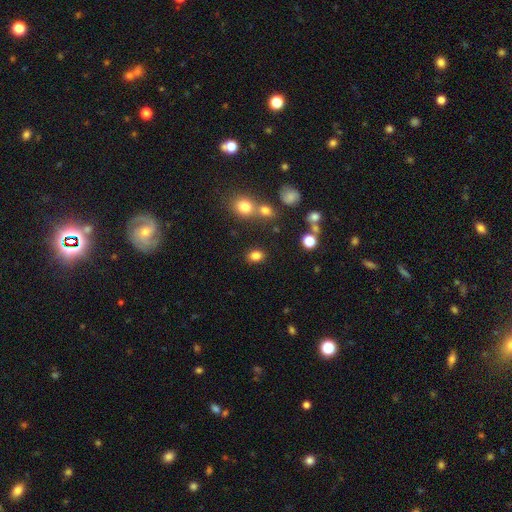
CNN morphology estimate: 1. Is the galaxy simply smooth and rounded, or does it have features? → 82% smooth, 12% star or artifact, 6% featured or disk.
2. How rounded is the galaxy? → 65% in between, 34% round, 1% cigar-shaped.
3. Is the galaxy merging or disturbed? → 82% none, 10% minor disturbance, 5% merger, 3% major disturbance.